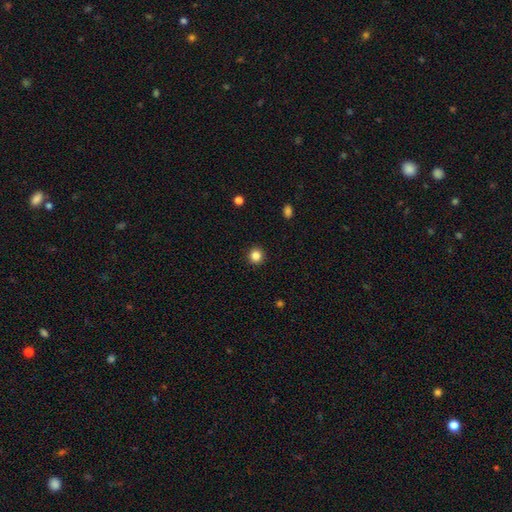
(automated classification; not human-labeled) Q: Smooth or featured?
A: smooth (85%); runner-up: star or artifact (11%)
Q: How rounded?
A: round (92%); runner-up: in between (7%)
Q: Merging?
A: none (92%); runner-up: minor disturbance (5%)